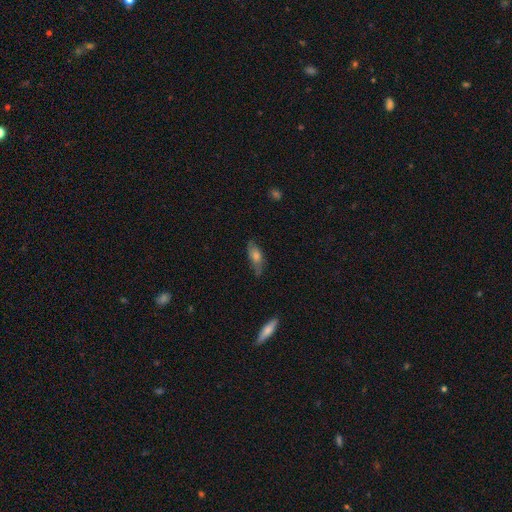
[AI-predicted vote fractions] A smooth galaxy with no disk features (49%). Merging: none (66%).